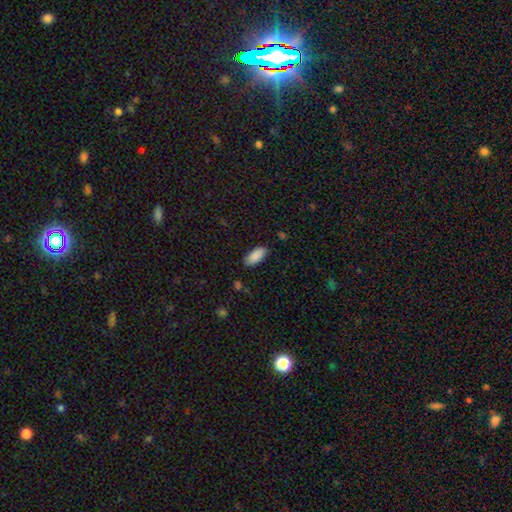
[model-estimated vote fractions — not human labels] Morphology: type=smooth (90%); roundness=in between (89%); merging=none (85%).